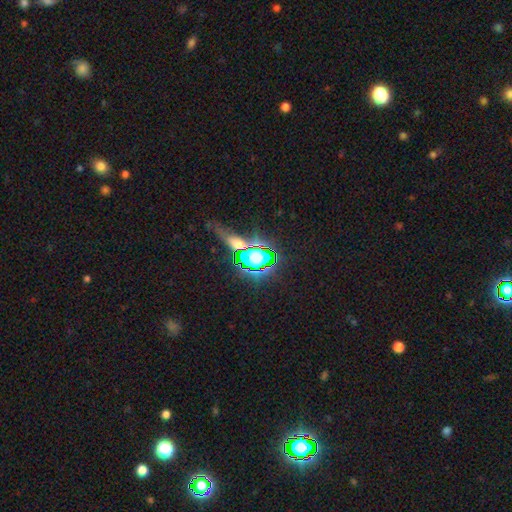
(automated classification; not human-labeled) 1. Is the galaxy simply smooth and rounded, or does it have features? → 62% star or artifact, 24% smooth, 14% featured or disk.